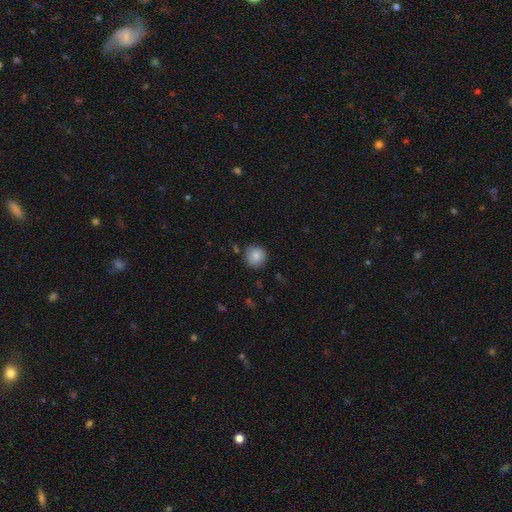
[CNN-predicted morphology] A smooth galaxy with no disk features (86%) that is round (93%). Merging: none (86%).